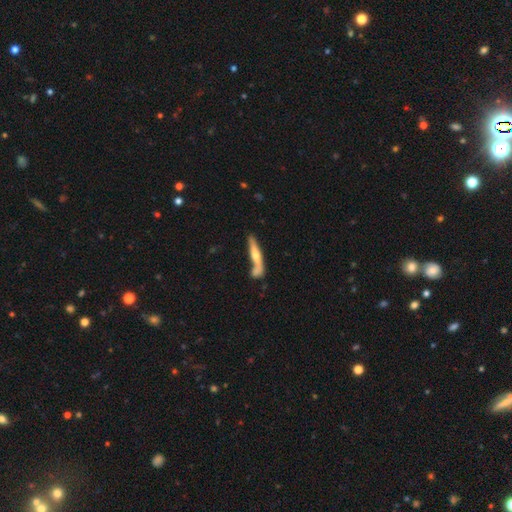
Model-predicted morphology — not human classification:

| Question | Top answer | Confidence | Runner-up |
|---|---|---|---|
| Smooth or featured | featured or disk | 51% | smooth (43%) |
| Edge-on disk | yes | 86% | no (14%) |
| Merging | none | 55% | merger (21%) |